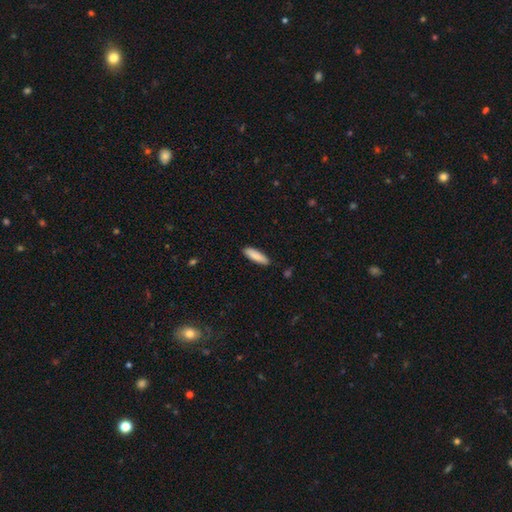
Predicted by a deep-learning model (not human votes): The model was most divided on "how rounded": cigar-shaped: 61%, in between: 38%, round: 1%. More confident: merging — none (88%); smooth or featured — smooth (87%).